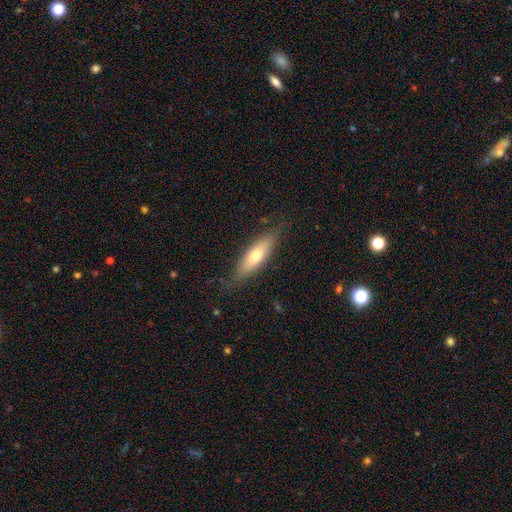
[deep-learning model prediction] smooth_or_featured: smooth (p=0.62) [alt: featured or disk p=0.32]
how_rounded: cigar-shaped (p=0.57) [alt: in between p=0.41]
merging: none (p=0.83) [alt: minor disturbance p=0.13]